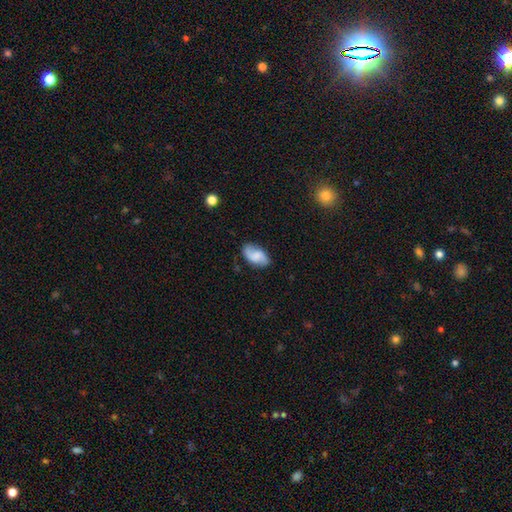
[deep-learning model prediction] smooth_or_featured: featured or disk (p=0.46) [tied with: smooth p=0.46]
merging: none (p=0.78) [alt: minor disturbance p=0.17]